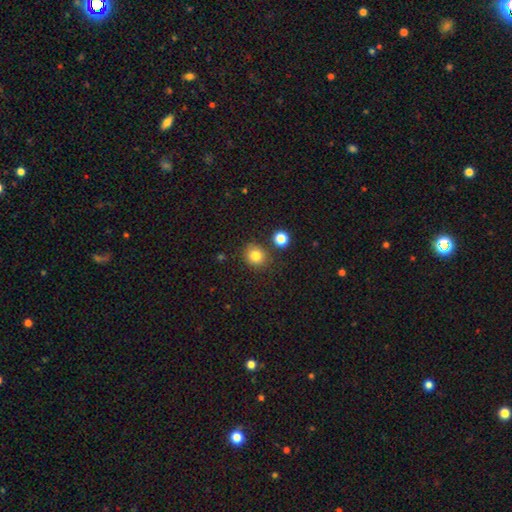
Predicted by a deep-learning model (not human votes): Smooth or featured? Predicted: smooth (p=0.82). How rounded? Predicted: round (p=0.82). Merging? Predicted: none (p=0.80).